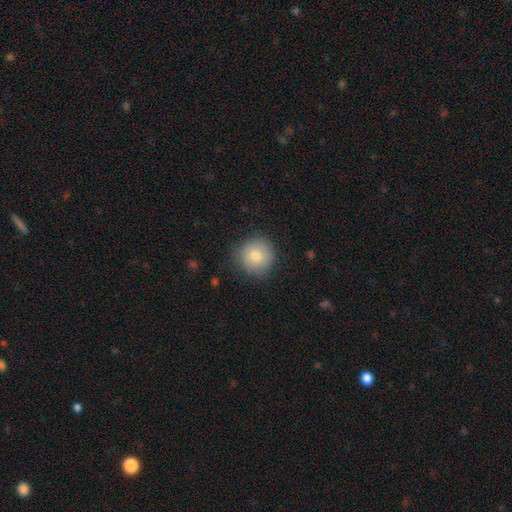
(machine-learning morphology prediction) smooth_or_featured: smooth (p=0.80) [alt: featured or disk p=0.11]
how_rounded: round (p=0.94) [alt: in between p=0.05]
merging: none (p=0.84) [alt: minor disturbance p=0.12]